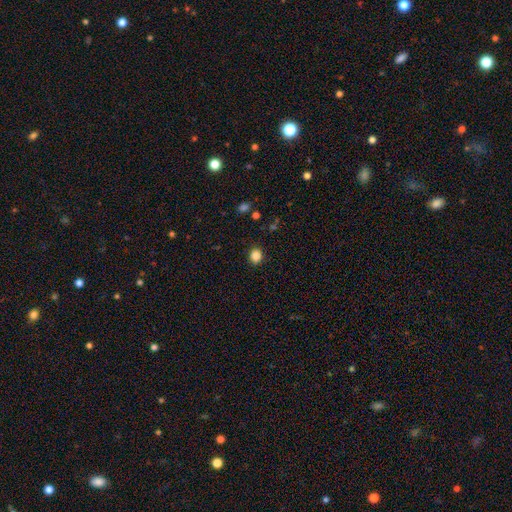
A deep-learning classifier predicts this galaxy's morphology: Overall: smooth (85%). How rounded: round (73%). Merging: none (90%).